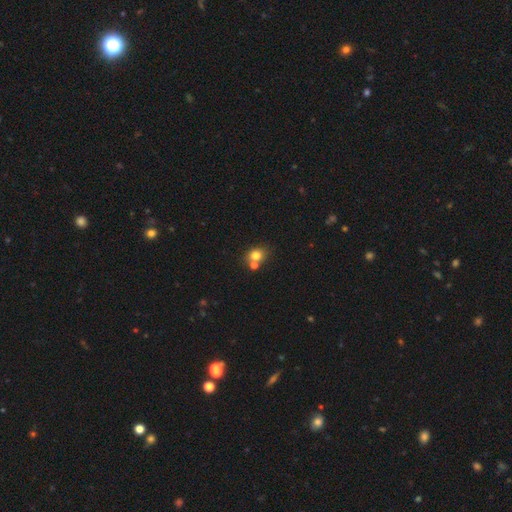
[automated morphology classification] Smooth or featured? smooth (78%)
How rounded? round (64%)
Merging? none (53%)